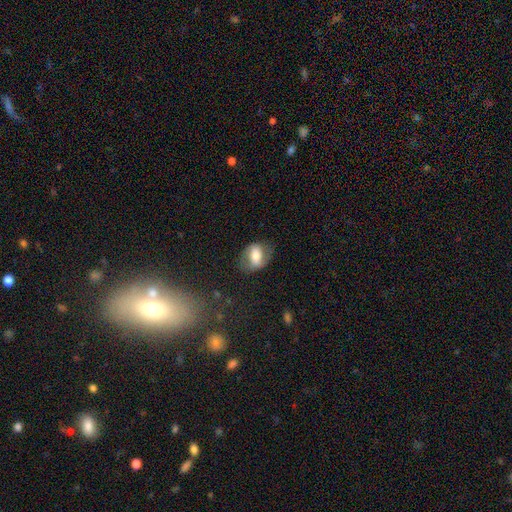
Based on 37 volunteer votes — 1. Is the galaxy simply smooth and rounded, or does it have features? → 59% smooth, 35% featured or disk, 5% star or artifact.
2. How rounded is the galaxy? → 82% in between, 14% round, 5% cigar-shaped.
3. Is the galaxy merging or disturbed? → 69% none, 26% minor disturbance, 6% major disturbance, 0% merger.